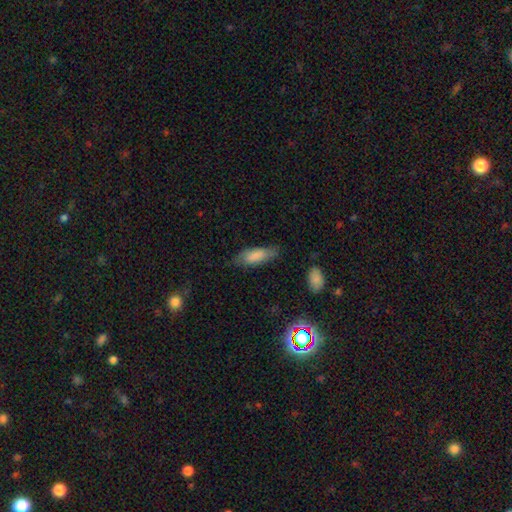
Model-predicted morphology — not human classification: Q: Smooth or featured?
A: smooth (80%); runner-up: featured or disk (13%)
Q: How rounded?
A: in between (60%); runner-up: cigar-shaped (38%)
Q: Merging?
A: none (69%); runner-up: minor disturbance (23%)